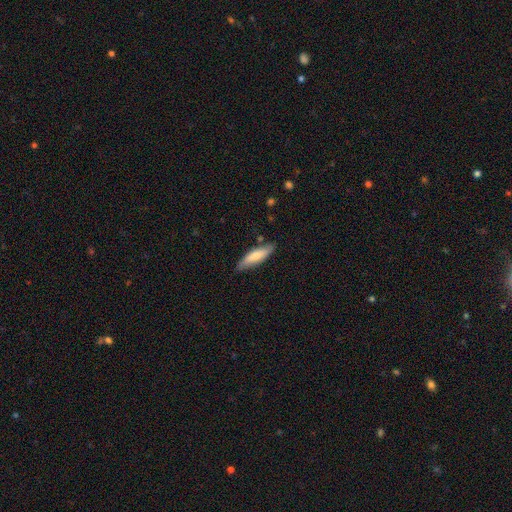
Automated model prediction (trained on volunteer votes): smooth_or_featured: smooth (p=0.72) [alt: featured or disk p=0.22]
how_rounded: cigar-shaped (p=0.65) [alt: in between p=0.34]
merging: none (p=0.78) [alt: minor disturbance p=0.17]